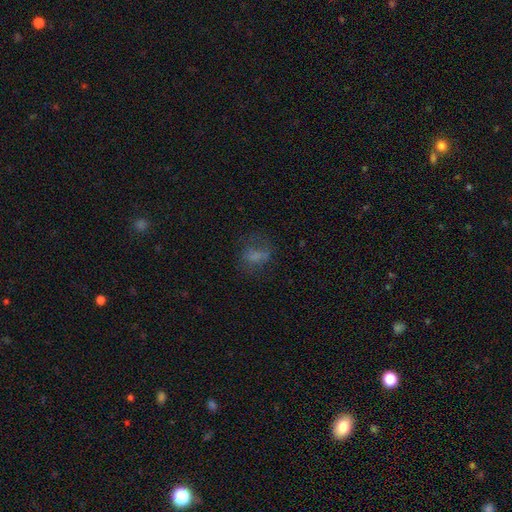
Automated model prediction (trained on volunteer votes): smooth-or-featured: smooth: 59% | featured or disk: 22% | star or artifact: 18%
  how-rounded: in between: 59% | round: 39% | cigar-shaped: 2%
  merging: none: 51% | major disturbance: 25% | minor disturbance: 22% | merger: 2%